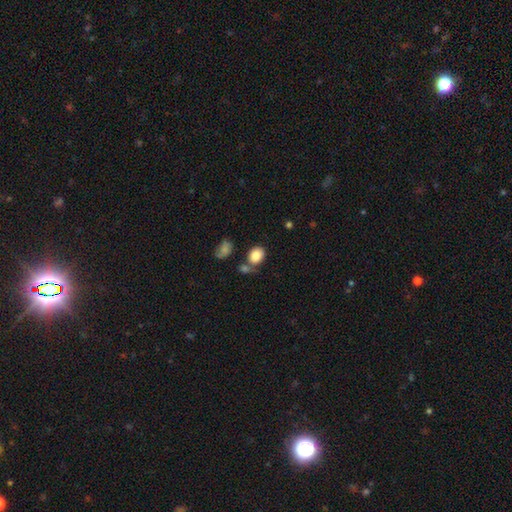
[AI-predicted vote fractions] Smooth or featured? smooth (84%)
How rounded? in between (56%)
Merging? none (61%)